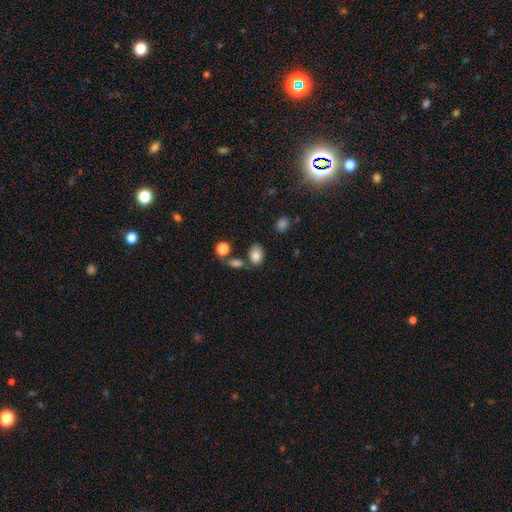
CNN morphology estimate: The model was most divided on "merging": none: 66%, minor disturbance: 16%, merger: 13%, major disturbance: 5%. More confident: smooth or featured — smooth (83%); how rounded — in between (78%).